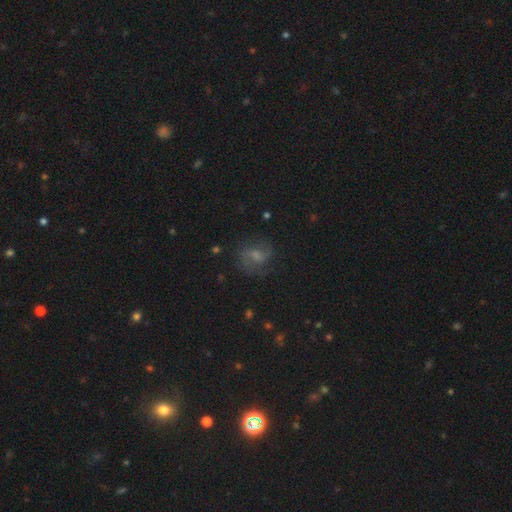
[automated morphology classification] Overall: featured or disk (54%; smooth 32%). Edge-on disk: no (97%). Bar: weak (49%; no 38%). Spiral arms: yes (86%). Bulge size: moderate (37%; small 32%). Merging: none (70%).